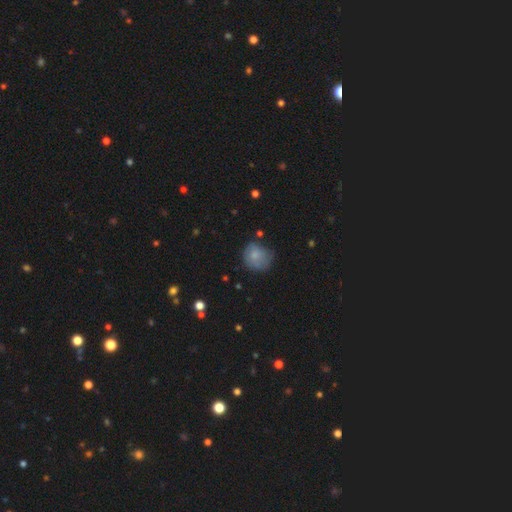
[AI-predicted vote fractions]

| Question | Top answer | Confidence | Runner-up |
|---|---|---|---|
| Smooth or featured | smooth | 75% | featured or disk (17%) |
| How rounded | round | 74% | in between (25%) |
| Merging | none | 53% | minor disturbance (31%) |